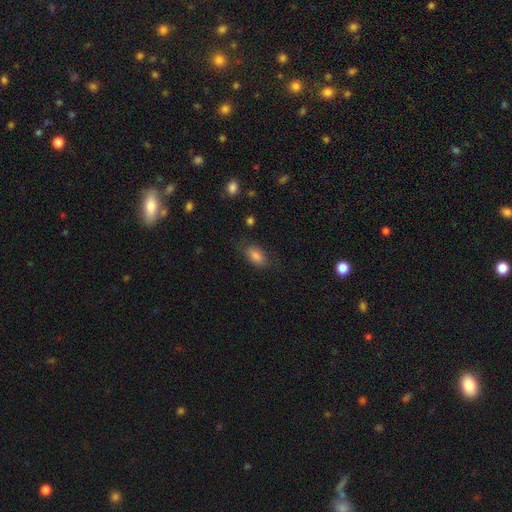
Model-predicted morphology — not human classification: smooth 82%, star or artifact 9%, featured or disk 9%. Down the decision tree: how rounded — in between (88%); merging — none (75%).